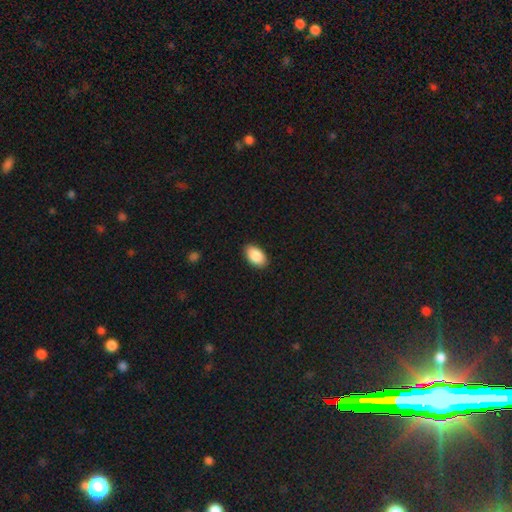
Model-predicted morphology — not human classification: type=smooth (90%); roundness=in between (94%); merging=none (88%).